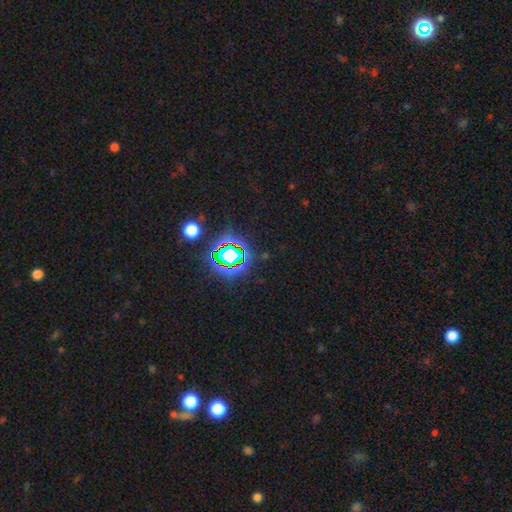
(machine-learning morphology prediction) A star or artifact, not a galaxy (78%).

Vote fractions:
- Smooth or featured? star or artifact: 78% / smooth: 14% / featured or disk: 8%